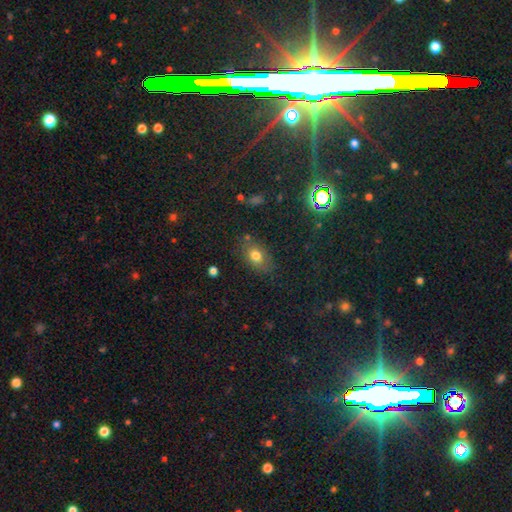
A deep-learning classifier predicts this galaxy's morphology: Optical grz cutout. It shows a smooth galaxy with no disk features (73%) that is in between round and cigar-shaped (76%). Merging: none (78%).